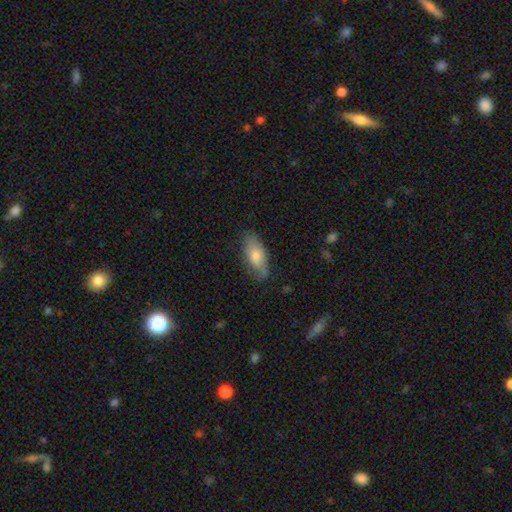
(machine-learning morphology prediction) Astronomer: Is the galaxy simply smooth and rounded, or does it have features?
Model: smooth — 69%.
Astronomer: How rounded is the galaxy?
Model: in between — 85%.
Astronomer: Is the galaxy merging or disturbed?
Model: none — 68%.